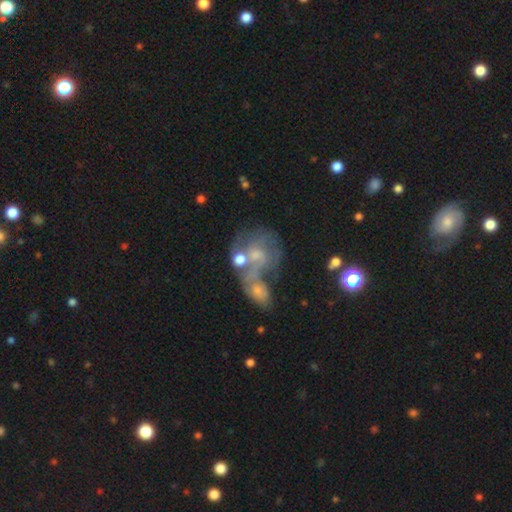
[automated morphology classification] A featured or disk galaxy (50%). Merging: merger (47%).